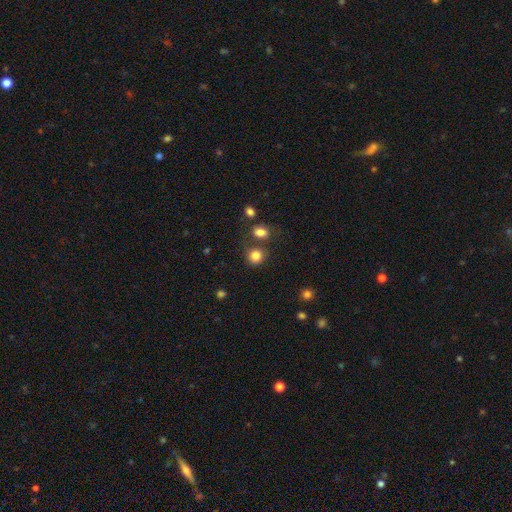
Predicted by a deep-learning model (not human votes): Smooth or featured? Predicted: smooth (p=0.83). How rounded? Predicted: round (p=0.83). Merging? Predicted: none (p=0.71).